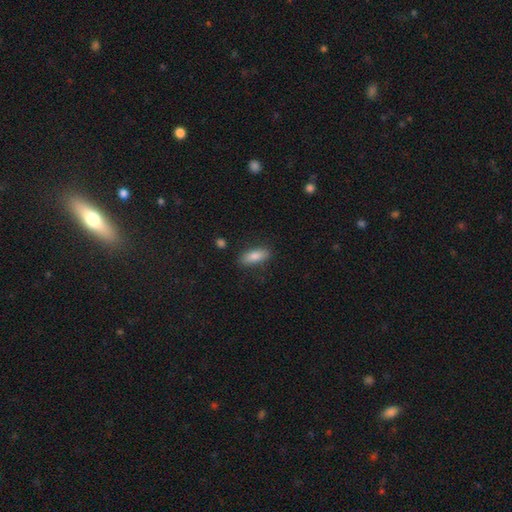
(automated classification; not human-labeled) Smooth or featured?
  - smooth: 84% *
  - featured or disk: 9%
  - star or artifact: 7%
How rounded?
  - in between: 76% *
  - cigar-shaped: 22%
  - round: 2%
Merging?
  - none: 85% *
  - minor disturbance: 11%
  - major disturbance: 3%
  - merger: 2%